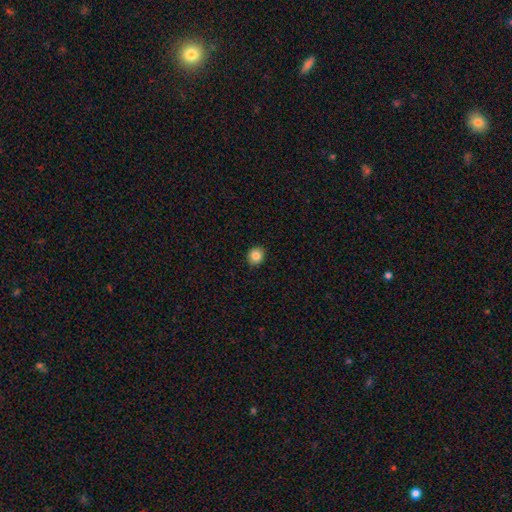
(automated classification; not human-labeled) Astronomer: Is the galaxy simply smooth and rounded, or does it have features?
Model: smooth — 85%.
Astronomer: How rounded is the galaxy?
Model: round — 75%.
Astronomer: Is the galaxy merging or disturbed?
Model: none — 91%.